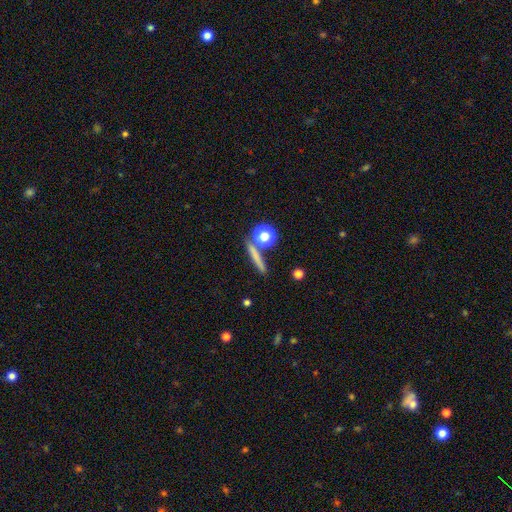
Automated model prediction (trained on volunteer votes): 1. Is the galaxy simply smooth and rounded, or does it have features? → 68% smooth, 20% featured or disk, 12% star or artifact.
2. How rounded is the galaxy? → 74% cigar-shaped, 16% round, 10% in between.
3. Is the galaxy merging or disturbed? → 77% none, 11% merger, 9% minor disturbance, 4% major disturbance.